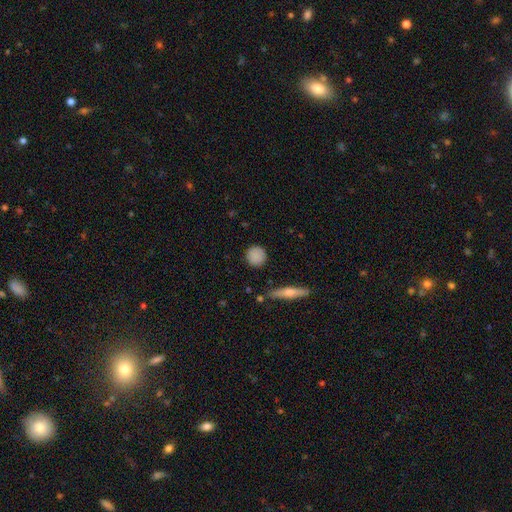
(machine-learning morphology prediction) Smooth or featured? Predicted: smooth (p=0.85). How rounded? Predicted: round (p=0.90). Merging? Predicted: none (p=0.88).